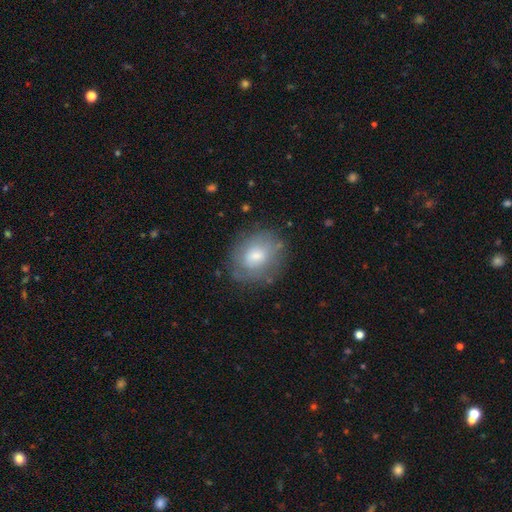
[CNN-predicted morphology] Smooth or featured? Predicted: smooth (p=0.60). How rounded? Predicted: round (p=0.64). Merging? Predicted: none (p=0.74).